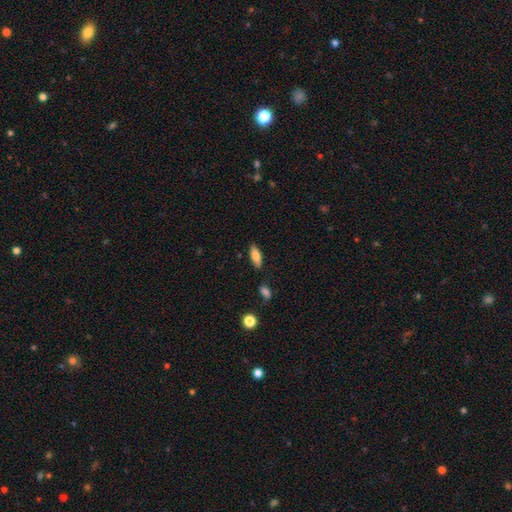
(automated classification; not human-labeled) This appears to be a smooth galaxy with no disk features (79%) that is in between round and cigar-shaped (73%). Merging: none (84%).